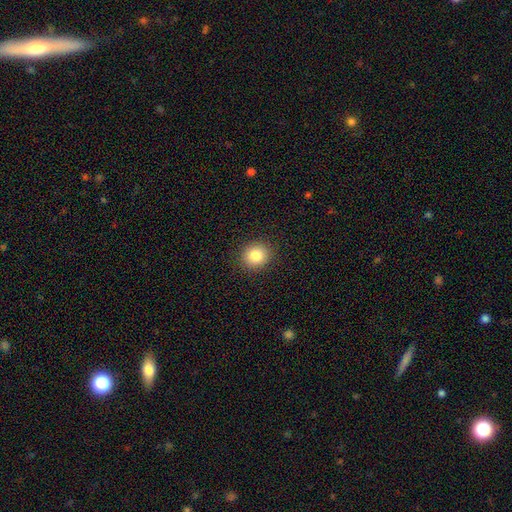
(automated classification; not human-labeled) Smooth or featured: smooth — 84% (star or artifact — 10%)
How rounded: round — 80% (in between — 19%)
Merging: none — 90% (minor disturbance — 7%)